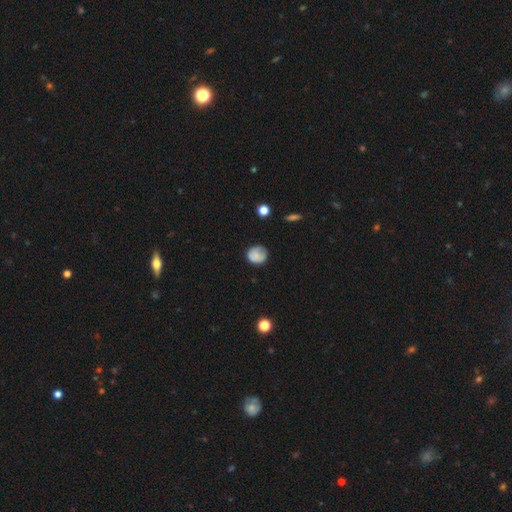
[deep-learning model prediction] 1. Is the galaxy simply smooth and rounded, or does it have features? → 74% smooth, 17% featured or disk, 9% star or artifact.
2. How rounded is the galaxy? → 82% round, 17% in between, 1% cigar-shaped.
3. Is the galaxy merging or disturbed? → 70% none, 22% minor disturbance, 6% major disturbance, 2% merger.